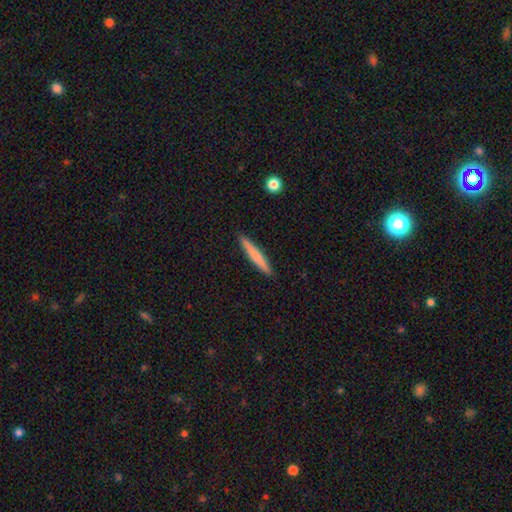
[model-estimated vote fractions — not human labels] smooth-or-featured: smooth: 67% | featured or disk: 27% | star or artifact: 6%
  how-rounded: cigar-shaped: 95% | in between: 3% | round: 1%
  merging: none: 91% | minor disturbance: 6% | major disturbance: 1% | merger: 1%